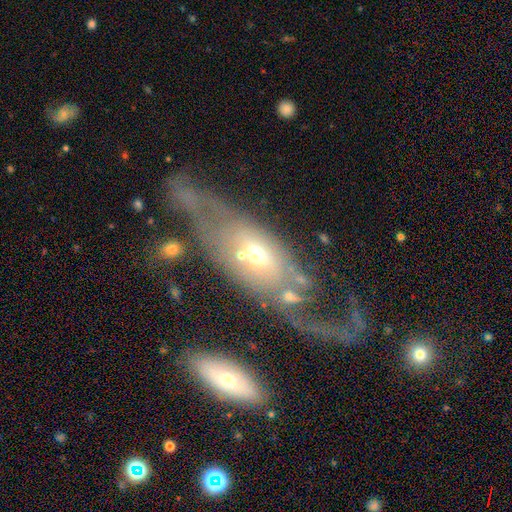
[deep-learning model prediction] Smooth or featured? Predicted: featured or disk (p=0.61). Edge-on disk? Predicted: no (p=0.80). Merging? Predicted: major disturbance (p=0.34).